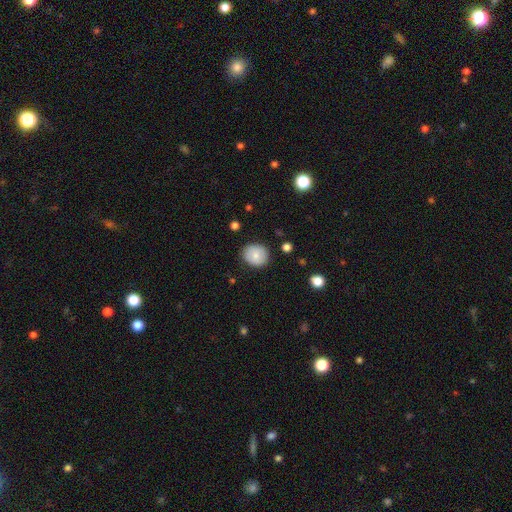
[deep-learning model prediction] smooth 77%, featured or disk 15%, star or artifact 8%. Down the decision tree: how rounded — round (75%); merging — none (84%).